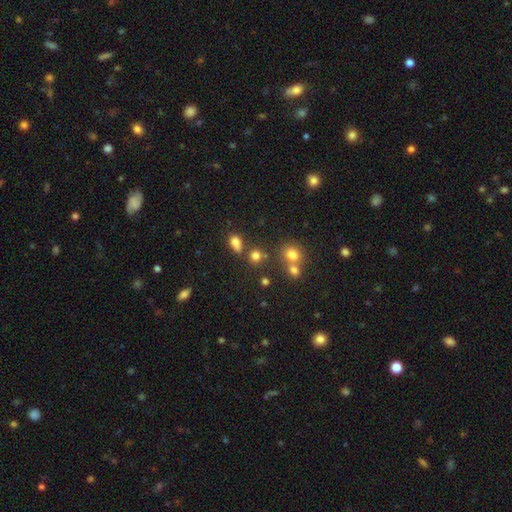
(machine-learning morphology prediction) Q: Smooth or featured?
A: smooth (75%); runner-up: star or artifact (17%)
Q: How rounded?
A: round (75%); runner-up: in between (23%)
Q: Merging?
A: none (63%); runner-up: merger (22%)